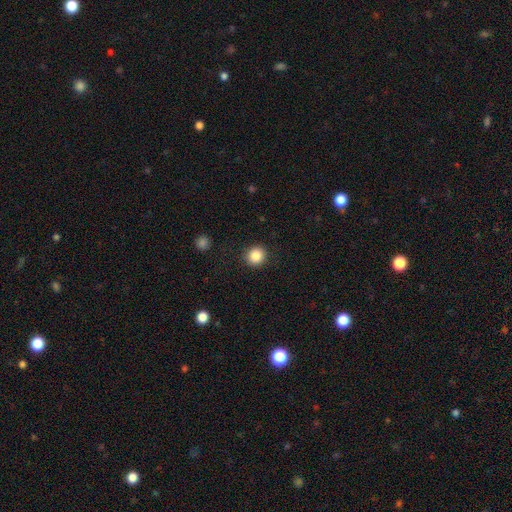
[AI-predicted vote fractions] This is clearly a smooth galaxy (87%). How rounded: clearly round (89%). Merging: clearly none (90%).